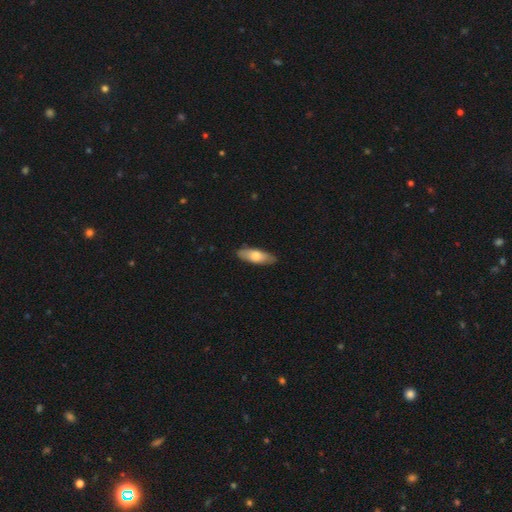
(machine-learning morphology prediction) smooth 70%, featured or disk 24%, star or artifact 5%. Down the decision tree: how rounded — in between (62%); merging — none (86%).